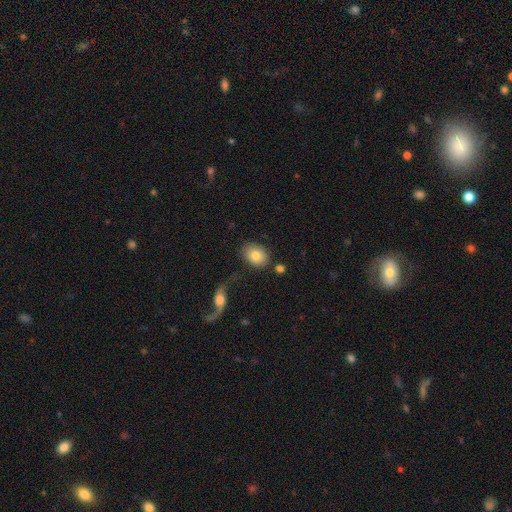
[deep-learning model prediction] Overall: smooth (79%). How rounded: in between (72%). Merging: none (74%).